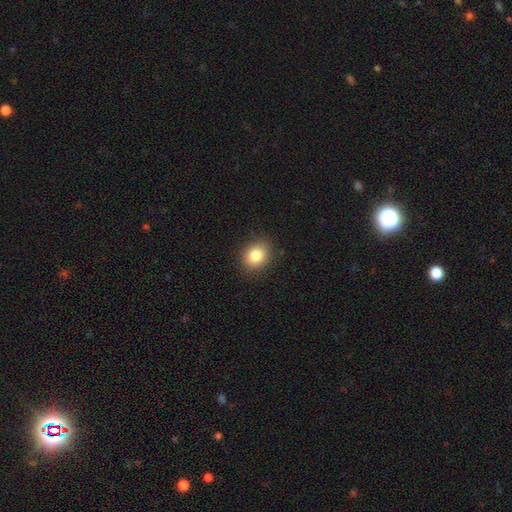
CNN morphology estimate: smooth 83%, star or artifact 10%, featured or disk 7%. Down the decision tree: how rounded — round (60%); merging — none (88%).